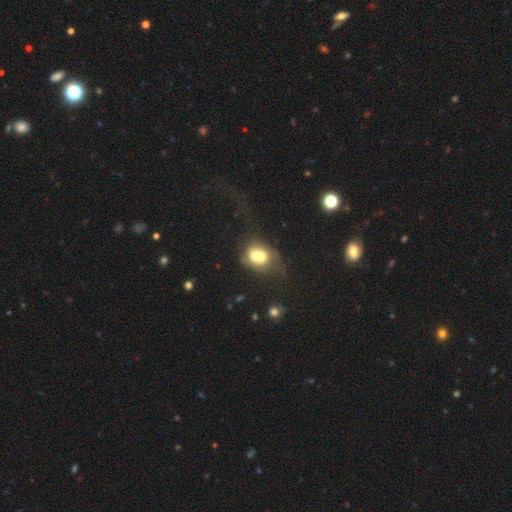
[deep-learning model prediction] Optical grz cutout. It shows a smooth galaxy with no disk features (62%) that is round (56%). Merging: merger (64%).